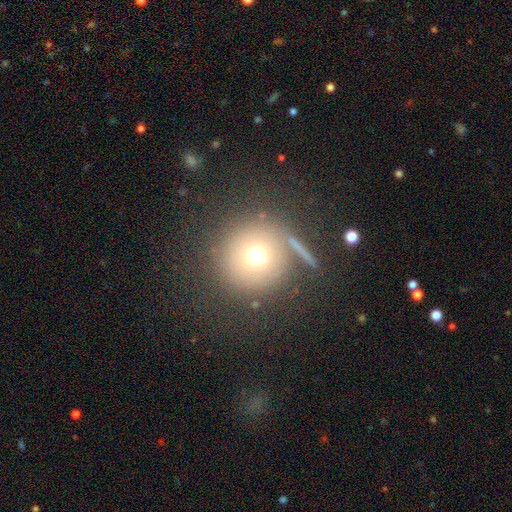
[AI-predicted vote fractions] Smooth or featured? smooth (68%)
How rounded? round (95%)
Merging? none (78%)